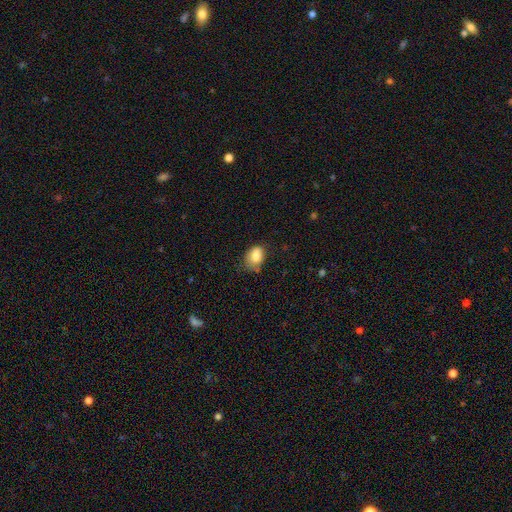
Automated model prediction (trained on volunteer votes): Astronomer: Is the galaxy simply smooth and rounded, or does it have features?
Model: smooth — 82%.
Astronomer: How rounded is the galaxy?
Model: in between — 73%.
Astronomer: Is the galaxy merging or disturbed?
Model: none — 53% (runner-up: minor disturbance, 34%).